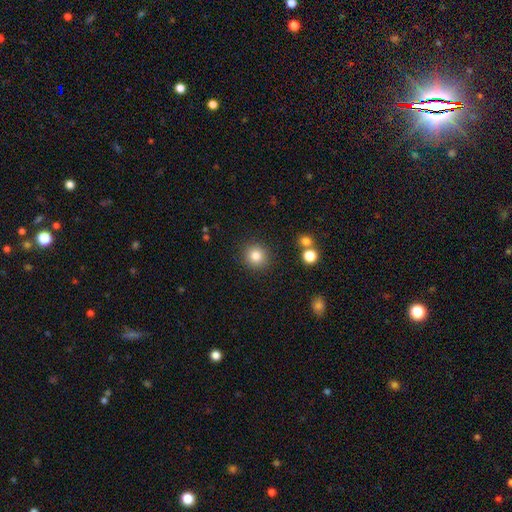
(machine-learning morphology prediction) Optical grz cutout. It shows a smooth galaxy with no disk features (83%) that is round (91%). Merging: none (88%).